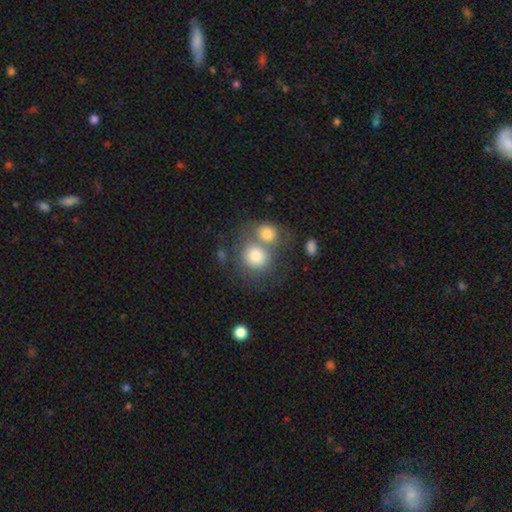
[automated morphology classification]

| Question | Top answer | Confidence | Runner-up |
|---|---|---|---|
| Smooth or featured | smooth | 77% | featured or disk (15%) |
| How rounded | round | 78% | in between (22%) |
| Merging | merger | 50% | none (35%) |